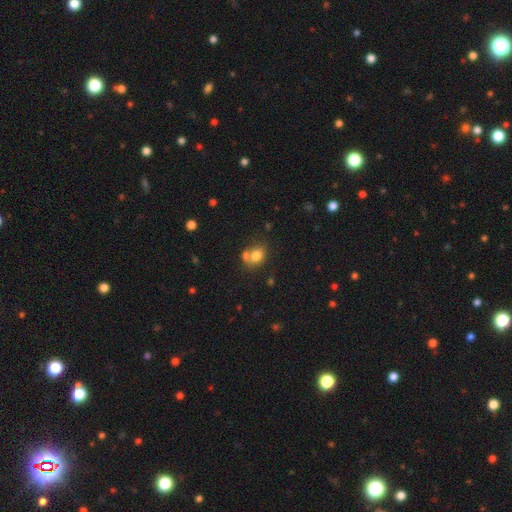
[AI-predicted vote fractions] Morphology: type=smooth (77%); roundness=in between (58%); merging=none (43%).